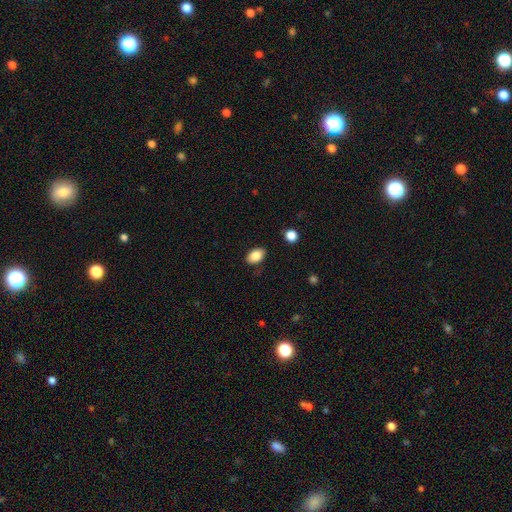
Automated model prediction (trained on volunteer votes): This is clearly a smooth galaxy (86%). How rounded: clearly in between (87%). Merging: clearly none (84%).